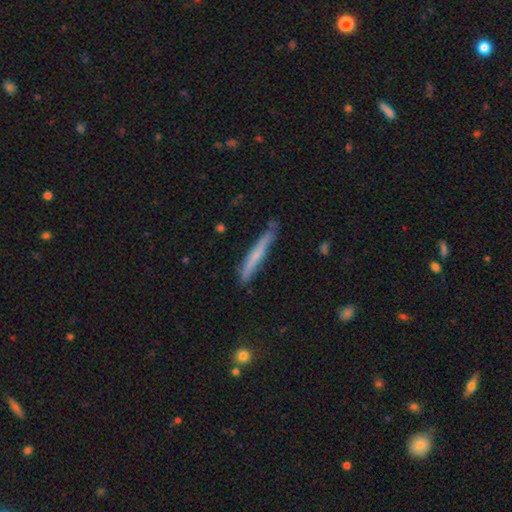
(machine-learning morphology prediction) A smooth galaxy with no disk features (57%) that is cigar-shaped (96%). Merging: none (77%).